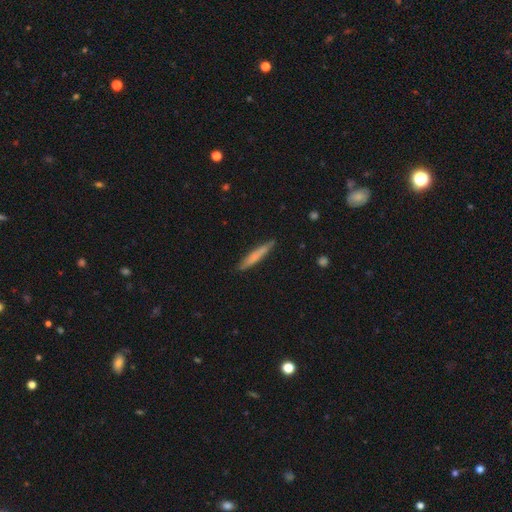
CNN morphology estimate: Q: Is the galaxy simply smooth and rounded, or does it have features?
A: smooth — 70%.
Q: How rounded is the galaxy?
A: cigar-shaped — 95%.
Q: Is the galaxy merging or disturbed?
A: none — 87%.